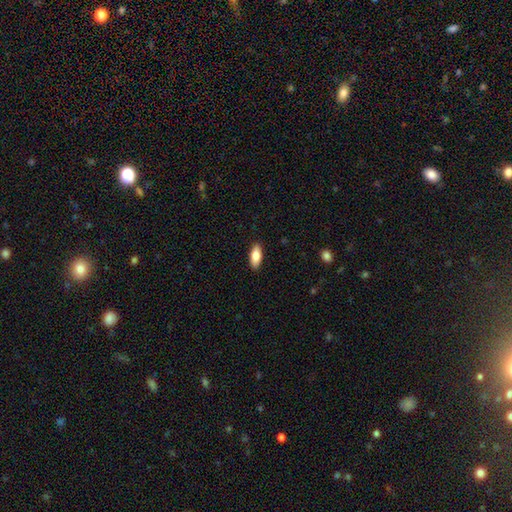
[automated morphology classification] A smooth galaxy with no disk features (83%) that is in between round and cigar-shaped (82%). Merging: none (90%).